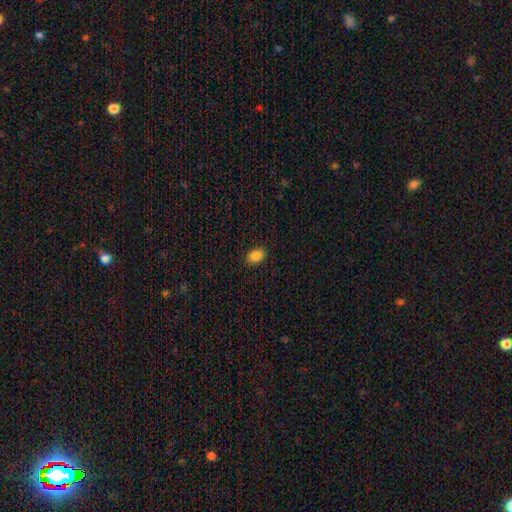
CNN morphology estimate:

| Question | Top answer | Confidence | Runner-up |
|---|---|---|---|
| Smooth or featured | smooth | 87% | star or artifact (9%) |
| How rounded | in between | 82% | round (17%) |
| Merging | none | 89% | minor disturbance (8%) |